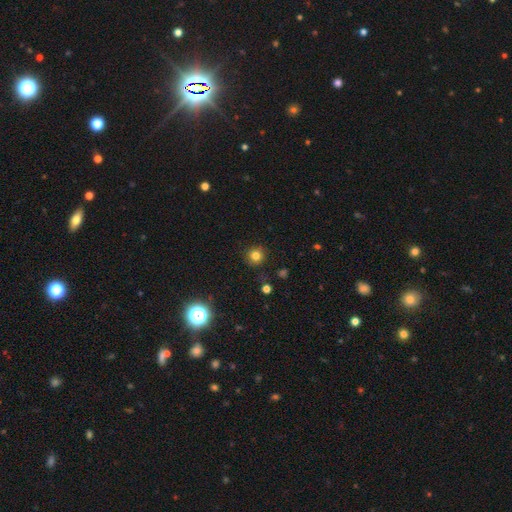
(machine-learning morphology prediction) Smooth or featured: smooth — 79% (star or artifact — 16%)
How rounded: round — 93% (in between — 6%)
Merging: none — 88% (minor disturbance — 8%)